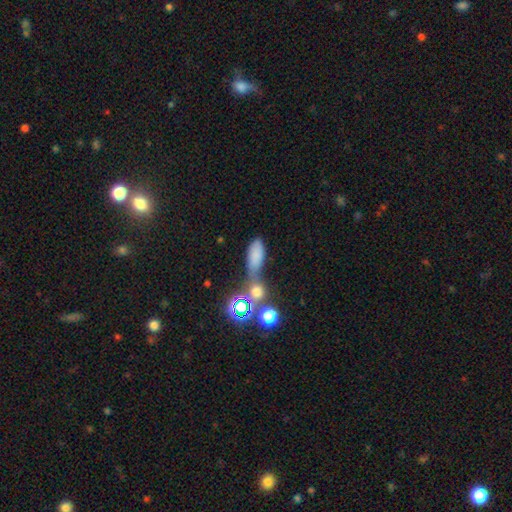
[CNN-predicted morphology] Smooth or featured?
  - smooth: 69% *
  - star or artifact: 19%
  - featured or disk: 12%
How rounded?
  - in between: 73% *
  - cigar-shaped: 17%
  - round: 10%
Merging?
  - merger: 37% *
  - none: 36%
  - minor disturbance: 16%
  - major disturbance: 11%